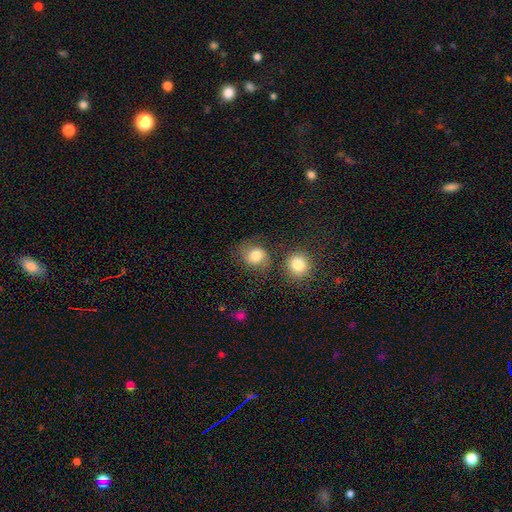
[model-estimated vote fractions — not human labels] This appears to be a smooth galaxy with no disk features (69%) that is round (75%). Merging: none (61%).